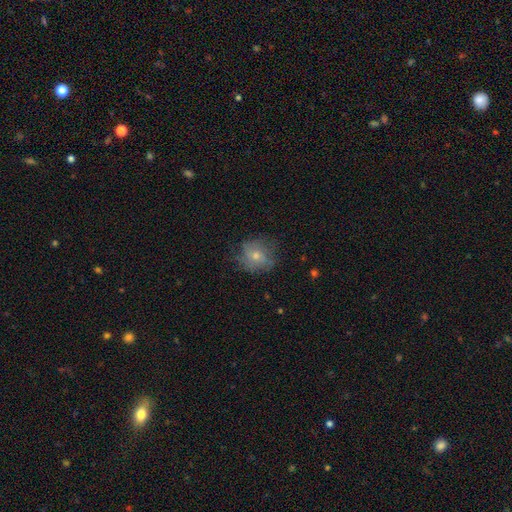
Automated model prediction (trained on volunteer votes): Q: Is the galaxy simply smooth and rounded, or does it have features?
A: smooth — 48%.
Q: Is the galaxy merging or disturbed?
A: none — 68%.